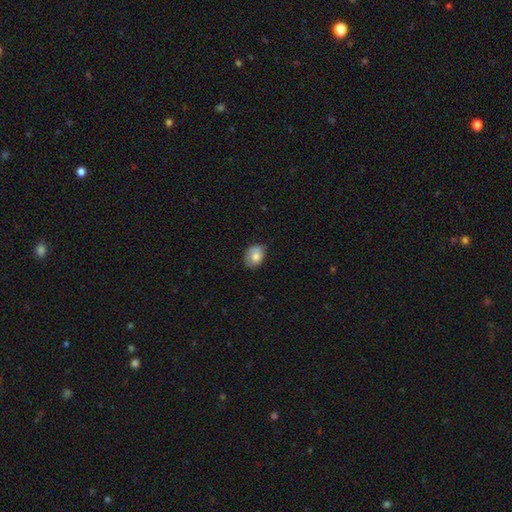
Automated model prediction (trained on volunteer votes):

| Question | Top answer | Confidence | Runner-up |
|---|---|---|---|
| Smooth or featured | smooth | 81% | featured or disk (12%) |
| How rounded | in between | 66% | round (33%) |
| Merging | none | 70% | minor disturbance (25%) |